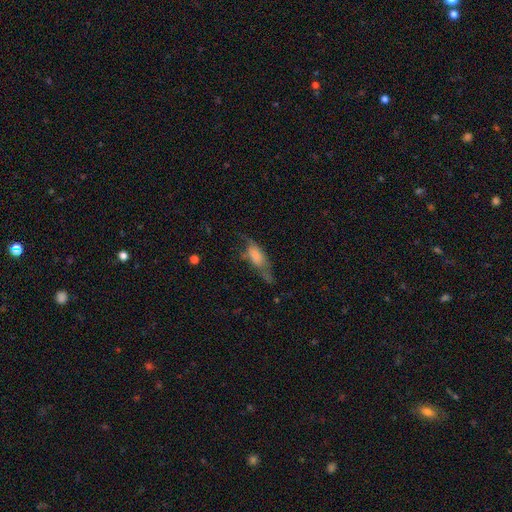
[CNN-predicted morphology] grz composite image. It shows a smooth galaxy with no disk features (60%) that is in between round and cigar-shaped (67%). Merging: none (34%).